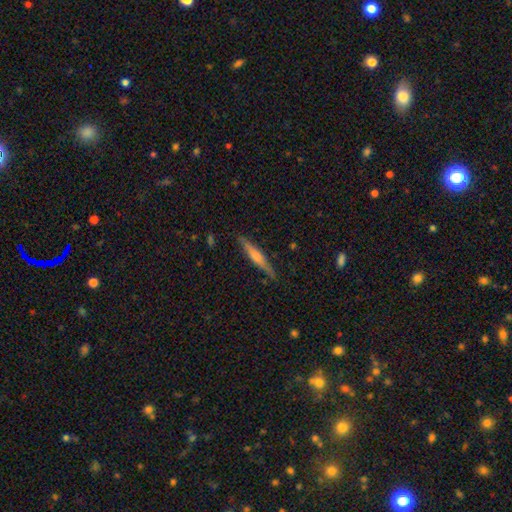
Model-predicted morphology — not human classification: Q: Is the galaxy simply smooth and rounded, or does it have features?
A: featured or disk — 60%.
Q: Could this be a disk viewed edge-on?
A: yes — 97%.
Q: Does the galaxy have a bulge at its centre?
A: rounded — 65%.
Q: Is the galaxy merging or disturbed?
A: none — 89%.